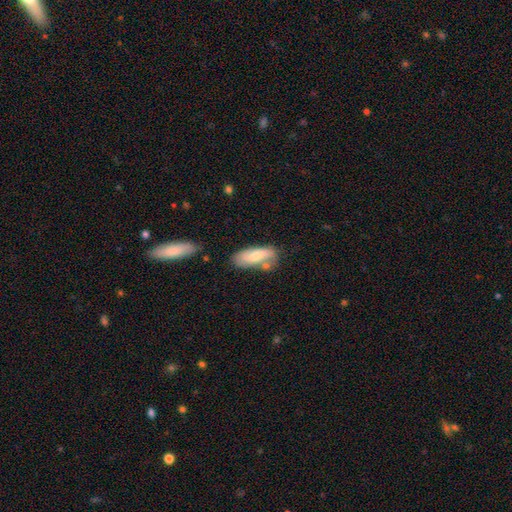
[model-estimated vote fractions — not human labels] smooth-or-featured: smooth: 65% | featured or disk: 29% | star or artifact: 6%
  how-rounded: in between: 76% | cigar-shaped: 22% | round: 2%
  merging: none: 55% | minor disturbance: 23% | merger: 15% | major disturbance: 7%